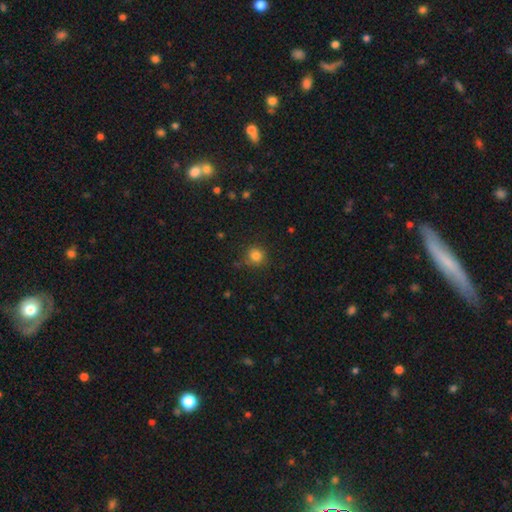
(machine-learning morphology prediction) type=smooth (82%); roundness=round (91%); merging=none (84%).